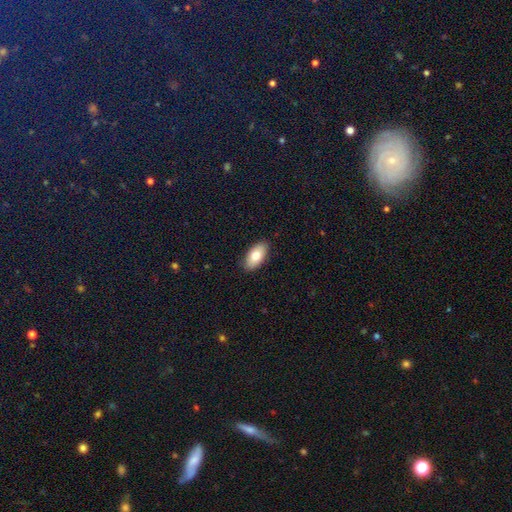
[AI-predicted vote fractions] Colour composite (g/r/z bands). It shows a smooth galaxy with no disk features (77%) that is in between round and cigar-shaped (94%). Merging: none (88%).